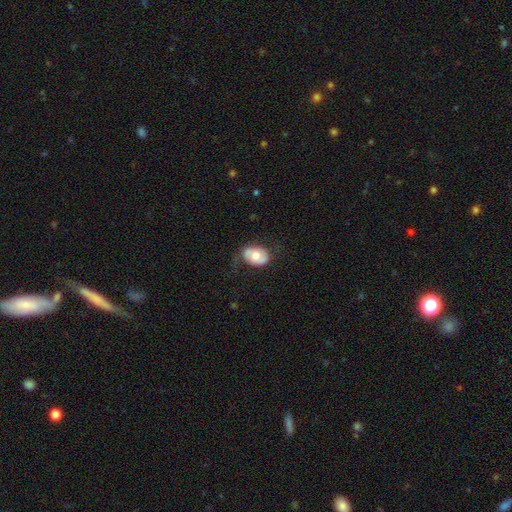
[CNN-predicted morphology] A smooth galaxy with no disk features (59%) that is in between round and cigar-shaped (78%). Merging: none (63%).